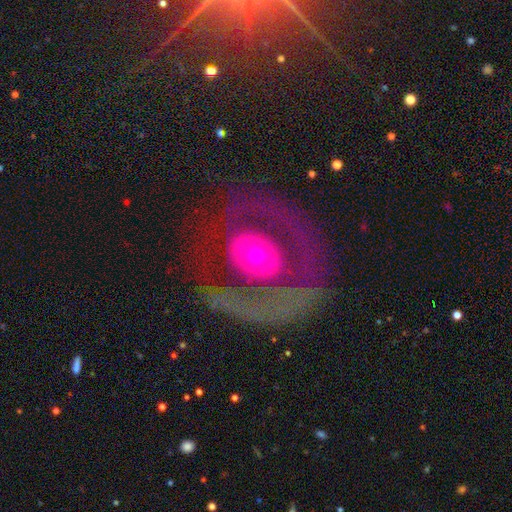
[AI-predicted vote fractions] Morphology: type=featured or disk (54%); edge-on=no (93%); bar=no (85%); spiral arms=no (63%); bulge=moderate (59%); merging=none (67%).